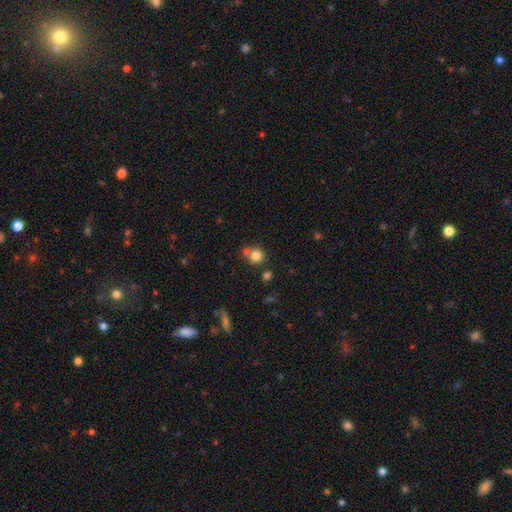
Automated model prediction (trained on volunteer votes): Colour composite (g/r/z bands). It shows a smooth galaxy with no disk features (81%) that is round (87%). Merging: none (61%).